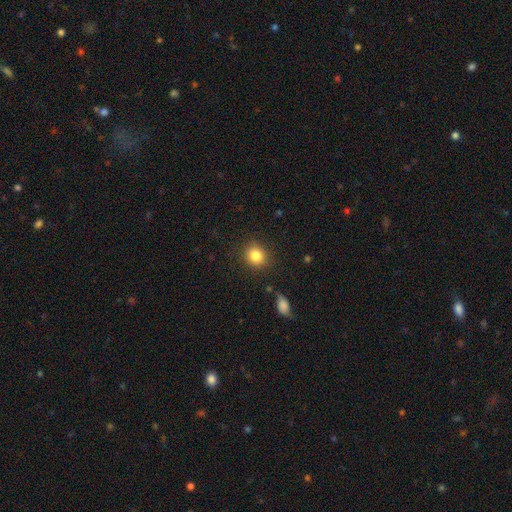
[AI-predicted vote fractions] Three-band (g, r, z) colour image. It shows a smooth galaxy with no disk features (84%) that is round (77%). Merging: none (86%).